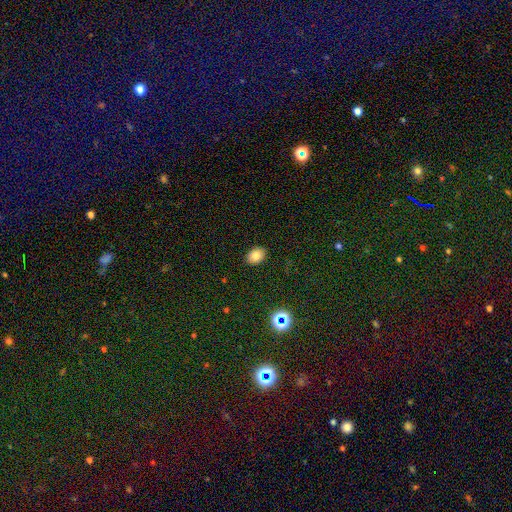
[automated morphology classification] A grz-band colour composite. It shows a smooth galaxy with no disk features (81%) that is in between round and cigar-shaped (75%). Merging: none (88%).